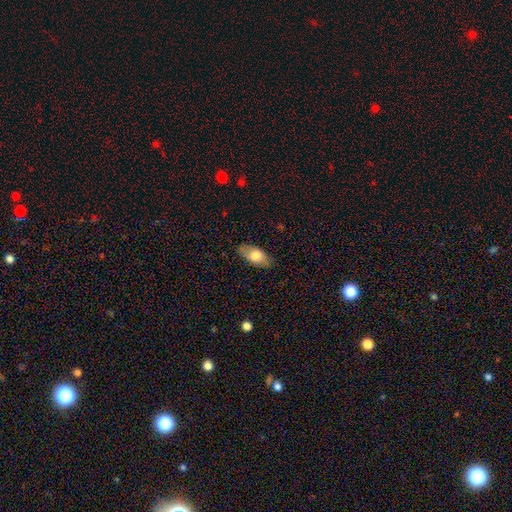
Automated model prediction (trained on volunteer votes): Q: Smooth or featured?
A: smooth (74%); runner-up: featured or disk (20%)
Q: How rounded?
A: in between (89%); runner-up: cigar-shaped (7%)
Q: Merging?
A: none (83%); runner-up: minor disturbance (13%)